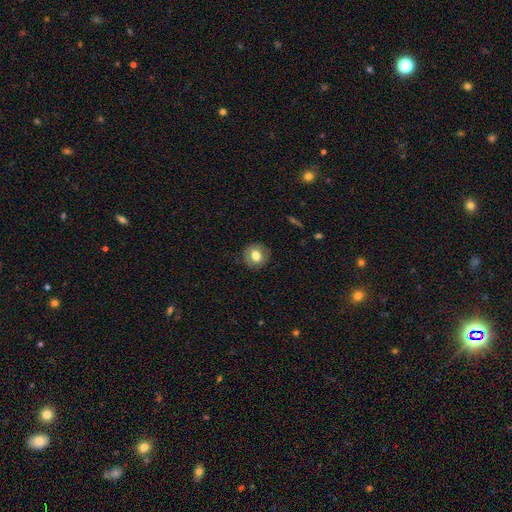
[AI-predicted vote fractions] smooth_or_featured: smooth (p=0.71) [alt: featured or disk p=0.20]
how_rounded: round (p=0.86) [alt: in between p=0.13]
merging: none (p=0.87) [alt: minor disturbance p=0.10]